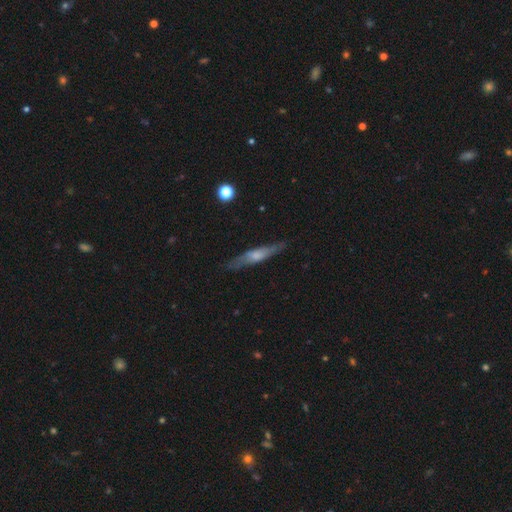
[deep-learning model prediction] Smooth or featured: featured or disk — 65% (smooth — 28%)
Edge-on disk: yes — 91% (no — 9%)
Edge-on bulge: rounded — 67% (none — 21%)
Merging: none — 86% (minor disturbance — 11%)